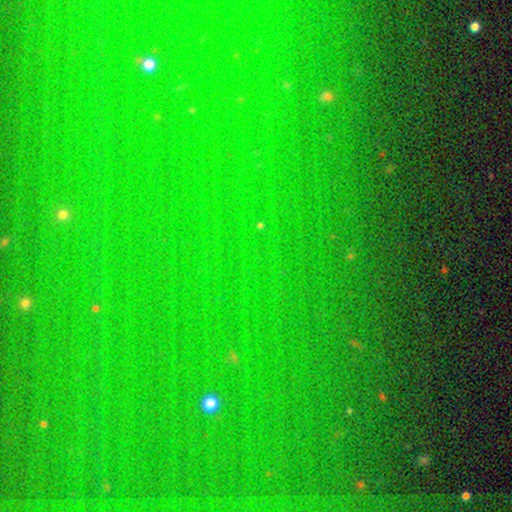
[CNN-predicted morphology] type=star or artifact (80%).